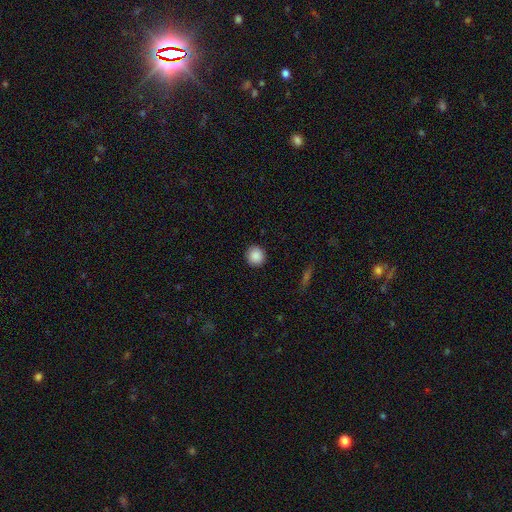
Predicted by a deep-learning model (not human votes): A smooth galaxy with no disk features (88%) that is round (91%).

Vote fractions:
- Smooth or featured? smooth: 88% / star or artifact: 8% / featured or disk: 3%
- How rounded? round: 91% / in between: 8% / cigar-shaped: 1%
- Merging? none: 91% / minor disturbance: 6% / major disturbance: 2% / merger: 1%